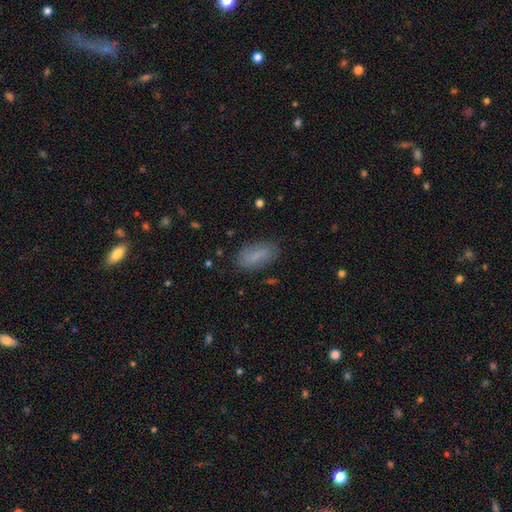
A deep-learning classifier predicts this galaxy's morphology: smooth-or-featured: smooth: 76% | featured or disk: 17% | star or artifact: 8%
  how-rounded: in between: 84% | cigar-shaped: 13% | round: 3%
  merging: none: 79% | minor disturbance: 15% | major disturbance: 4% | merger: 2%